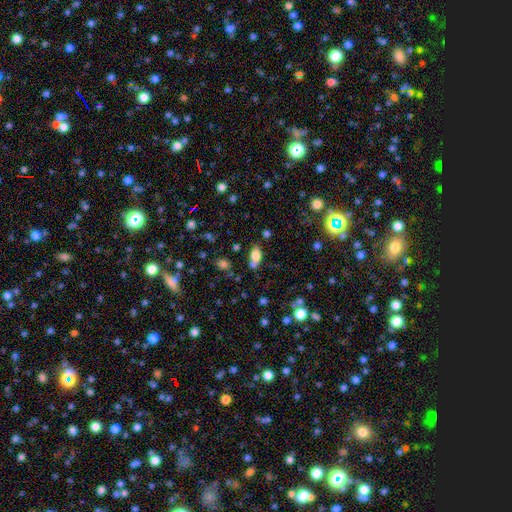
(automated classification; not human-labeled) Smooth or featured? smooth (76%)
How rounded? in between (87%)
Merging? none (58%)